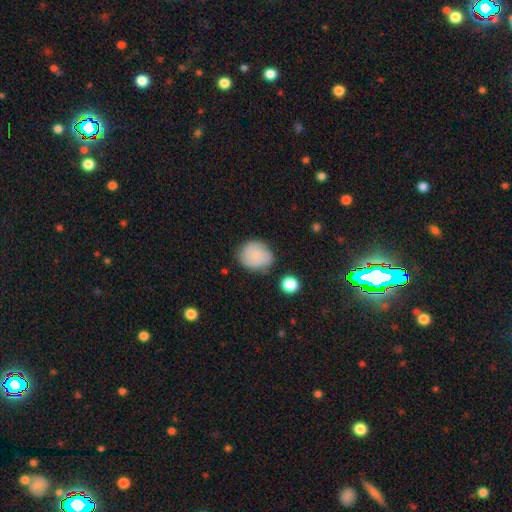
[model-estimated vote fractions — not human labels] Smooth or featured? Predicted: smooth (p=0.79). How rounded? Predicted: round (p=0.67). Merging? Predicted: none (p=0.69).